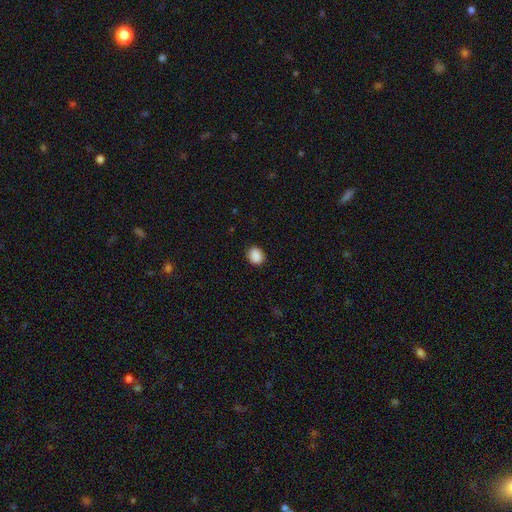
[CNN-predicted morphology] smooth_or_featured: smooth (p=0.89) [alt: star or artifact p=0.08]
how_rounded: round (p=0.58) [alt: in between p=0.41]
merging: none (p=0.86) [alt: minor disturbance p=0.10]